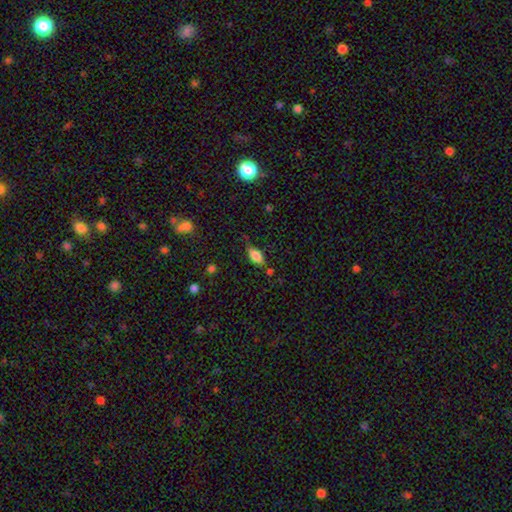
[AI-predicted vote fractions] smooth-or-featured: smooth: 75% | featured or disk: 16% | star or artifact: 10%
  how-rounded: in between: 85% | cigar-shaped: 10% | round: 5%
  merging: none: 67% | minor disturbance: 23% | major disturbance: 6% | merger: 4%